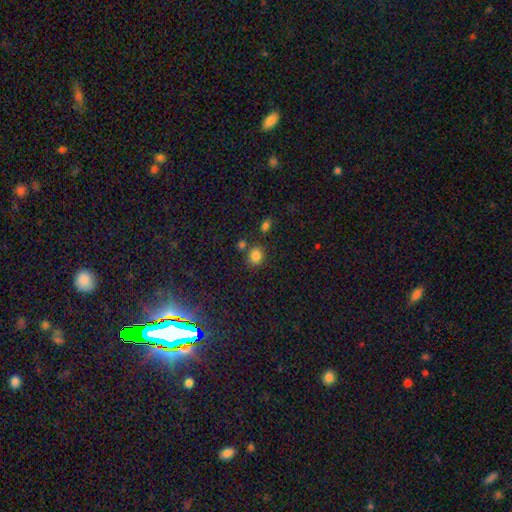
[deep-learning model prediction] This is clearly a smooth galaxy (82%). How rounded: likely round (77%). Merging: likely none (73%).